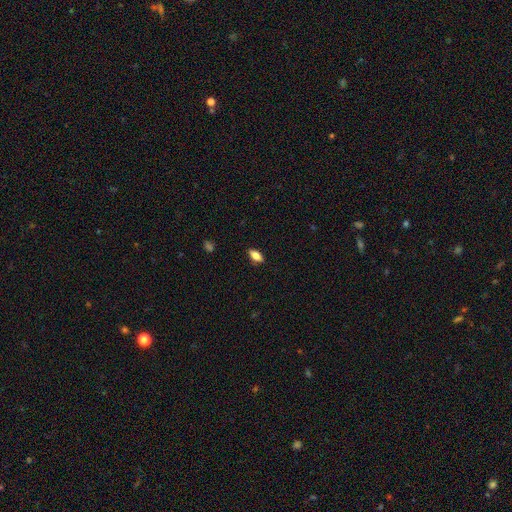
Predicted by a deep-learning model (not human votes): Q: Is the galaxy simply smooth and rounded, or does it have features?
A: smooth — 80%.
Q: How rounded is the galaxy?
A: in between — 87%.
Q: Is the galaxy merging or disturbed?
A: none — 87%.